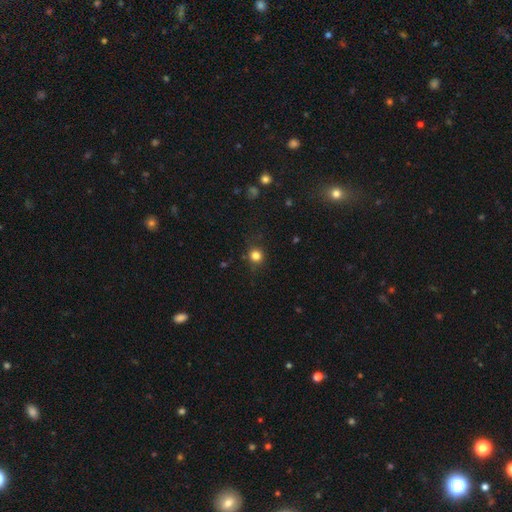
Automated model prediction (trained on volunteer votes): A smooth galaxy with no disk features (82%) that is round (90%).

Vote fractions:
- Smooth or featured? smooth: 82% / star or artifact: 13% / featured or disk: 5%
- How rounded? round: 90% / in between: 9% / cigar-shaped: 1%
- Merging? none: 84% / minor disturbance: 11% / major disturbance: 3% / merger: 1%